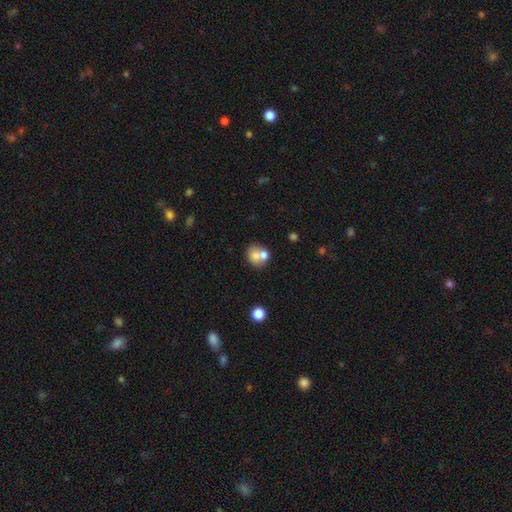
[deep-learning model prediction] Morphology: type=smooth (69%); roundness=round (68%); merging=merger (46%).